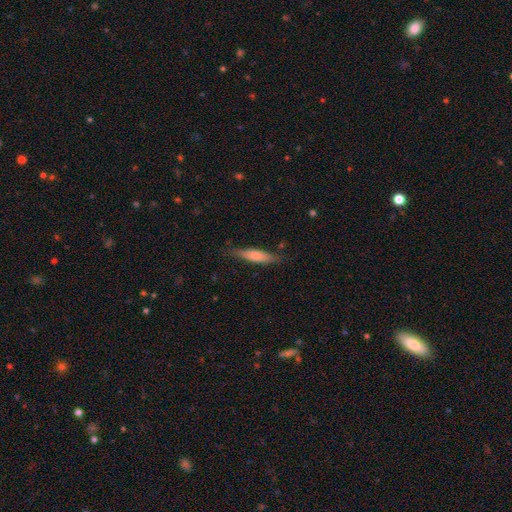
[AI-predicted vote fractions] Smooth or featured? smooth (69%)
How rounded? cigar-shaped (75%)
Merging? none (78%)